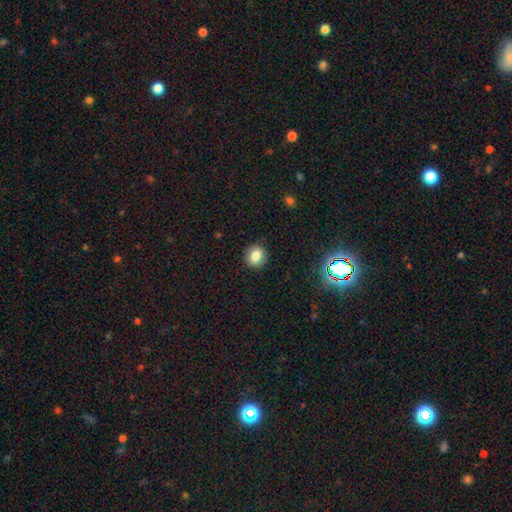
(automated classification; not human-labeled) The model was most divided on "how rounded": round: 84%, in between: 15%, cigar-shaped: 1%. More confident: merging — none (91%); smooth or featured — smooth (82%).